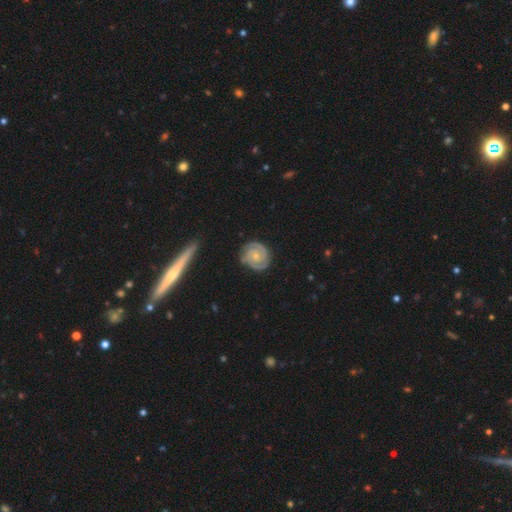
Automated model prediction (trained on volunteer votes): Morphology: type=featured or disk (90%); edge-on=no (98%); bar=no (73%); spiral arms=yes (98%); winding=tight (77%); arm count=2 (68%); bulge=small (65%); merging=none (81%).